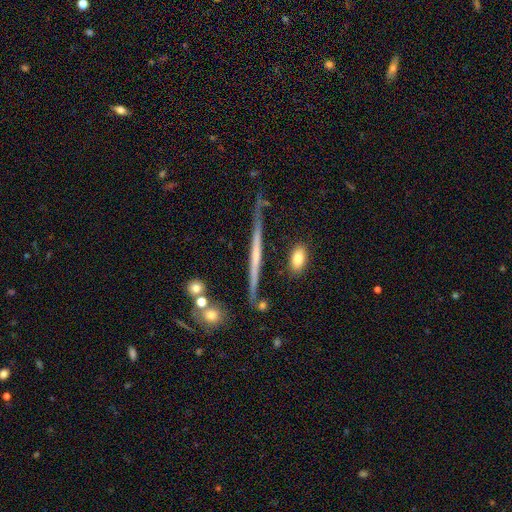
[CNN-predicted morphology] type=featured or disk (66%); edge-on=yes (96%); edge-on bulge=none (74%); merging=none (78%).